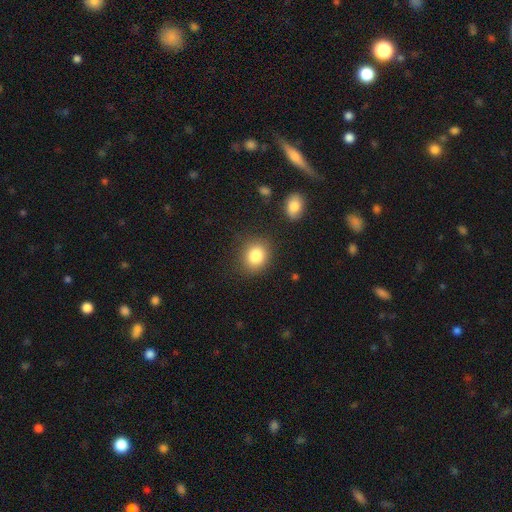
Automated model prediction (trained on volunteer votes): Morphology: type=smooth (84%); roundness=round (67%); merging=none (83%).